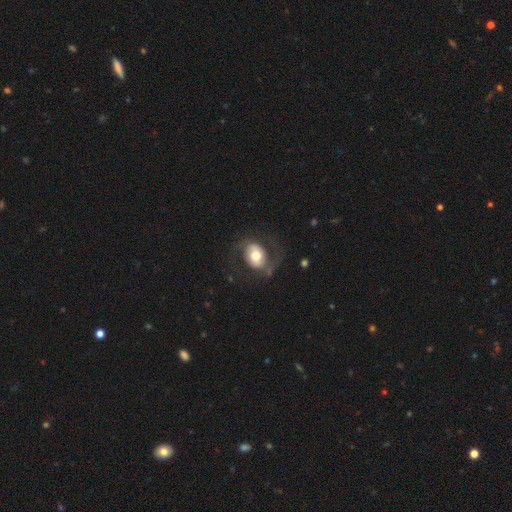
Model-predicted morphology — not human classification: A featured or disk galaxy (58%) with no bar (58%), spiral arms (71%) and a moderate central bulge (60%). Merging: none (63%).